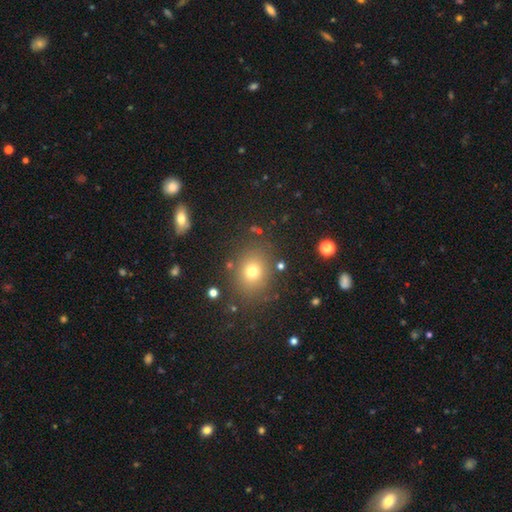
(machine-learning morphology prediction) Smooth or featured? Predicted: smooth (p=0.55). How rounded? Predicted: round (p=0.73). Merging? Predicted: none (p=0.83).